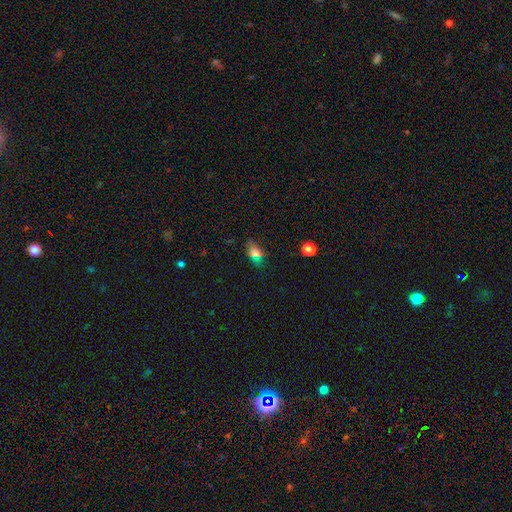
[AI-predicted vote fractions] smooth 66%, star or artifact 22%, featured or disk 12%. Down the decision tree: how rounded — in between (79%); merging — none (71%).